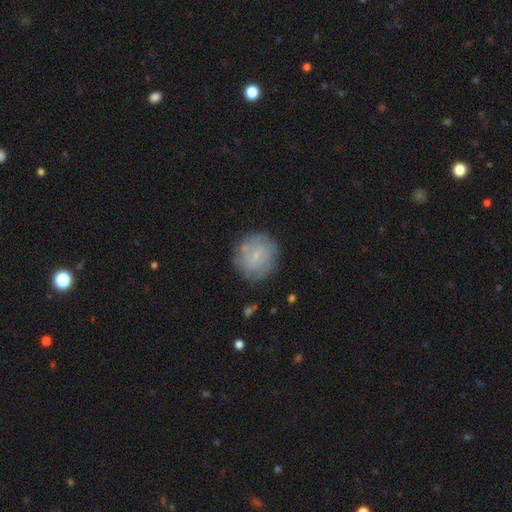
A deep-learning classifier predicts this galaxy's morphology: This is possibly a featured or disk galaxy (47%). Merging: likely none (77%).